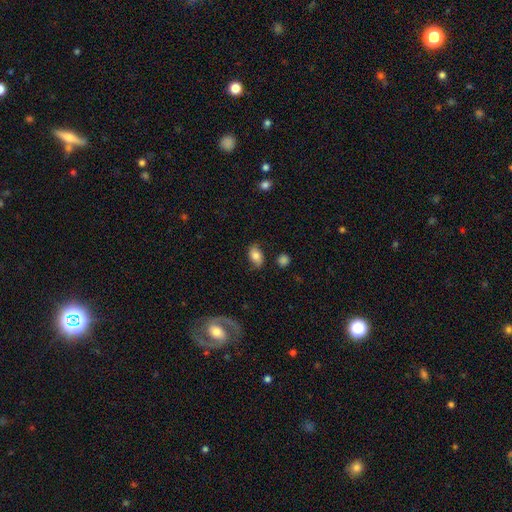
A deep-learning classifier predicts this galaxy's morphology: Smooth or featured? Predicted: smooth (p=0.74). How rounded? Predicted: in between (p=0.88). Merging? Predicted: none (p=0.75).